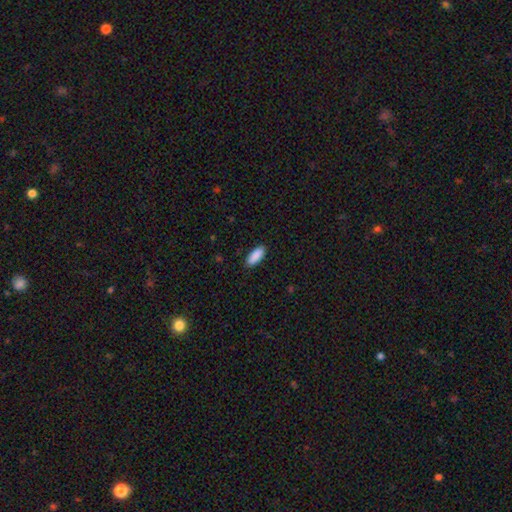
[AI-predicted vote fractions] Smooth or featured?
  - smooth: 91% *
  - star or artifact: 6%
  - featured or disk: 3%
How rounded?
  - in between: 79% *
  - cigar-shaped: 20%
  - round: 2%
Merging?
  - none: 89% *
  - minor disturbance: 8%
  - major disturbance: 2%
  - merger: 1%